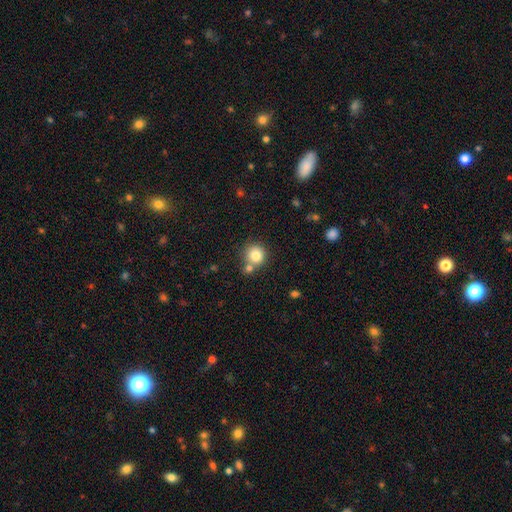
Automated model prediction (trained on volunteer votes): Smooth or featured?
  - smooth: 82% *
  - star or artifact: 10%
  - featured or disk: 8%
How rounded?
  - round: 91% *
  - in between: 8%
  - cigar-shaped: 1%
Merging?
  - none: 64% *
  - merger: 23%
  - minor disturbance: 10%
  - major disturbance: 3%